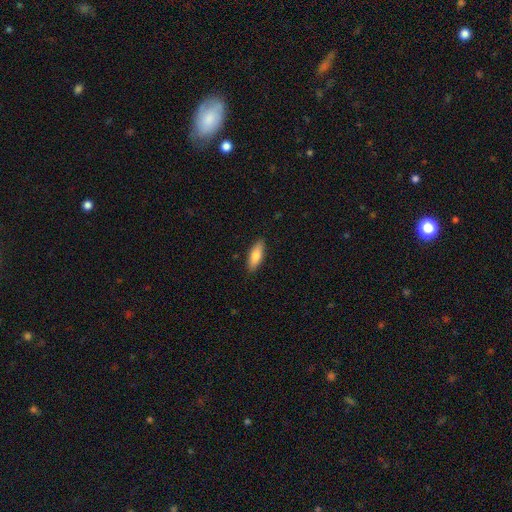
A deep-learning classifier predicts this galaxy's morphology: A smooth galaxy with no disk features (78%) that is in between round and cigar-shaped (61%).

Vote fractions:
- Smooth or featured? smooth: 78% / featured or disk: 16% / star or artifact: 6%
- How rounded? in between: 61% / cigar-shaped: 37% / round: 2%
- Merging? none: 88% / minor disturbance: 9% / major disturbance: 2% / merger: 1%